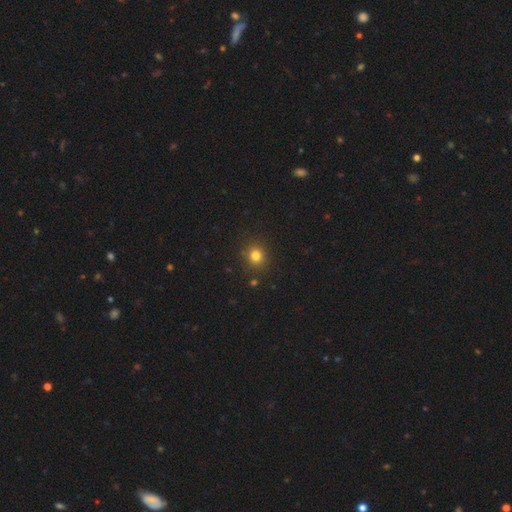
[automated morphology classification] A smooth galaxy with no disk features (79%) that is round (85%).

Vote fractions:
- Smooth or featured? smooth: 79% / star or artifact: 15% / featured or disk: 6%
- How rounded? round: 85% / in between: 14% / cigar-shaped: 1%
- Merging? none: 88% / minor disturbance: 8% / major disturbance: 2% / merger: 2%